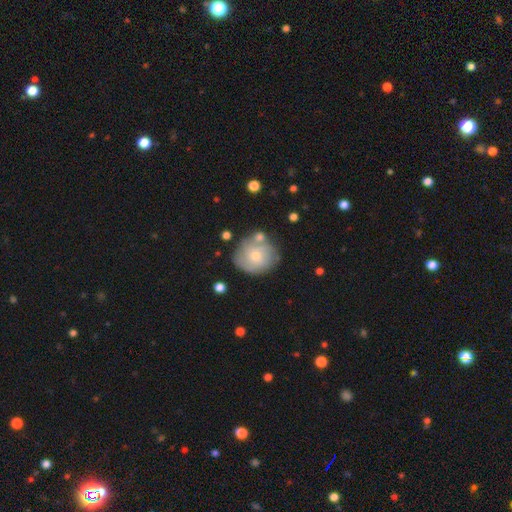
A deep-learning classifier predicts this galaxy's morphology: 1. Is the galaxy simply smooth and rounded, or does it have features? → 49% smooth, 43% featured or disk, 7% star or artifact.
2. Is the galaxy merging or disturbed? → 62% none, 19% minor disturbance, 12% merger, 7% major disturbance.